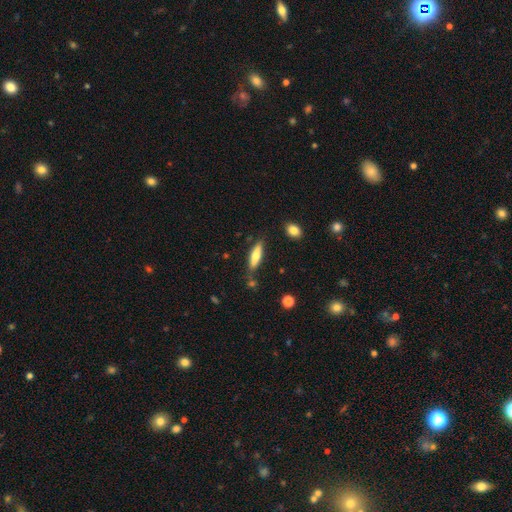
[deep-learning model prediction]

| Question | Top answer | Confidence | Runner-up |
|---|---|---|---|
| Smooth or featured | smooth | 66% | featured or disk (28%) |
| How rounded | cigar-shaped | 65% | in between (33%) |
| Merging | none | 79% | minor disturbance (14%) |